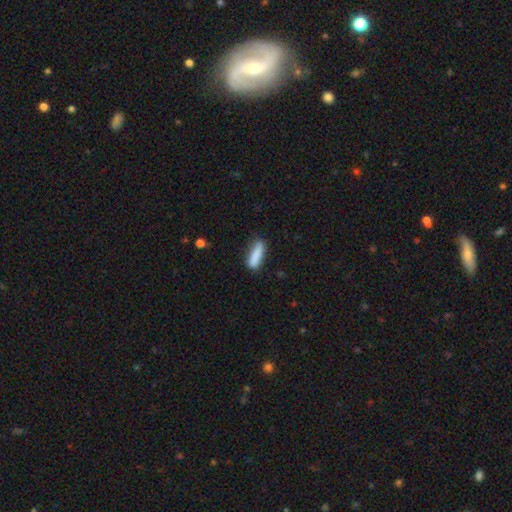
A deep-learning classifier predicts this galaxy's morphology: Q: Smooth or featured?
A: smooth (84%); runner-up: featured or disk (9%)
Q: How rounded?
A: cigar-shaped (65%); runner-up: in between (33%)
Q: Merging?
A: none (74%); runner-up: minor disturbance (19%)